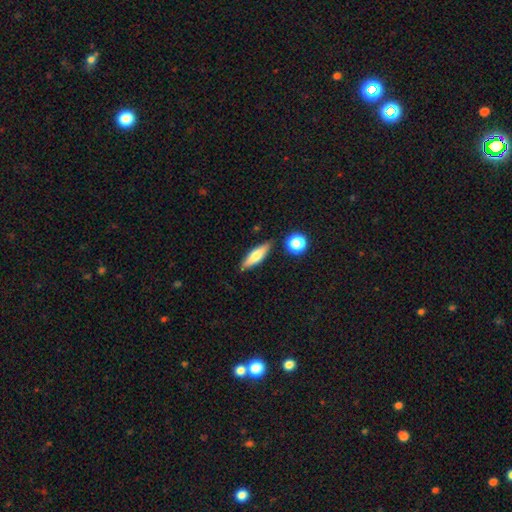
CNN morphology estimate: Smooth or featured? smooth (62%)
How rounded? cigar-shaped (58%)
Merging? none (82%)